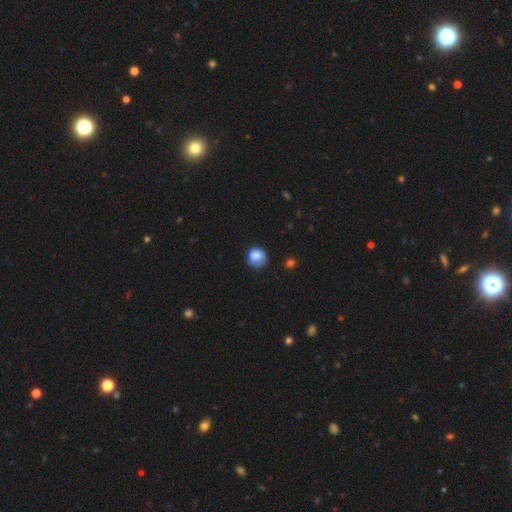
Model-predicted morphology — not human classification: The model was most divided on "merging": none: 52%, minor disturbance: 32%, major disturbance: 14%, merger: 2%. More confident: smooth or featured — smooth (81%); how rounded — round (78%).